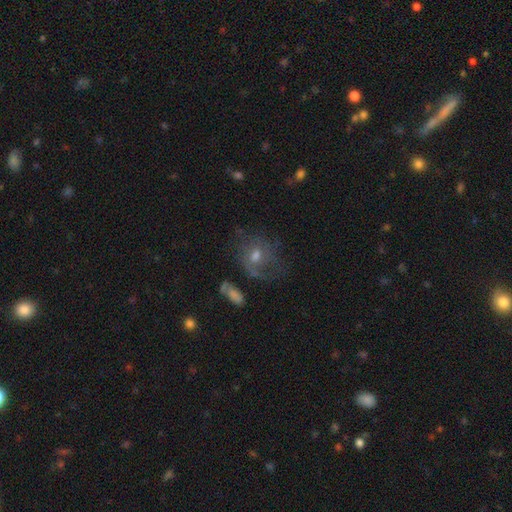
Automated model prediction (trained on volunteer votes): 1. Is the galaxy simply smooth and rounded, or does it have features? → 50% featured or disk, 34% smooth, 15% star or artifact.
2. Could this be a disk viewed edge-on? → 95% no, 5% yes.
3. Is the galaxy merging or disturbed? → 49% none, 25% major disturbance, 22% minor disturbance, 4% merger.